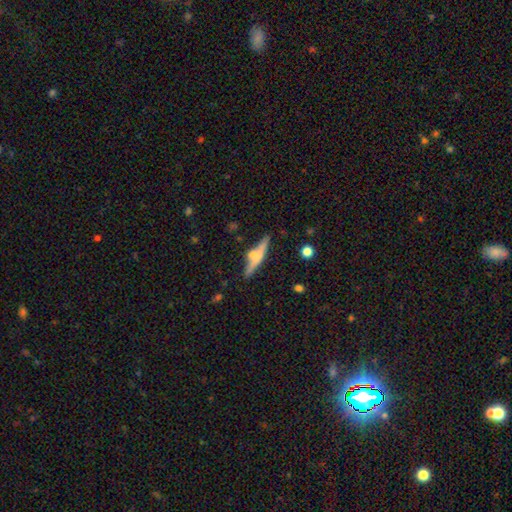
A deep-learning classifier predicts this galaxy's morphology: A featured or disk galaxy (56%) viewed edge-on (93%) with a rounded central bulge (71%). Merging: none (69%).